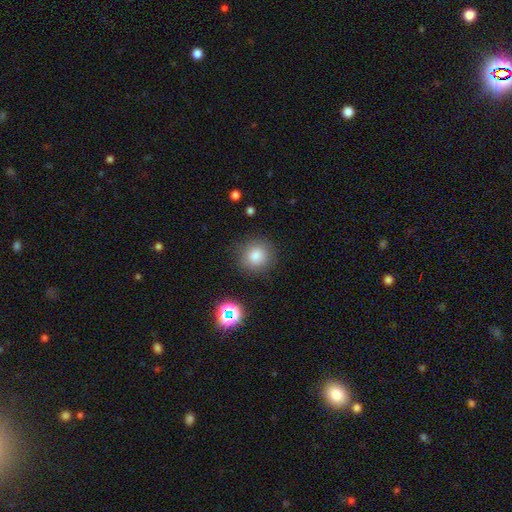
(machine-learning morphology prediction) Smooth or featured? Predicted: smooth (p=0.81). How rounded? Predicted: round (p=0.90). Merging? Predicted: none (p=0.86).